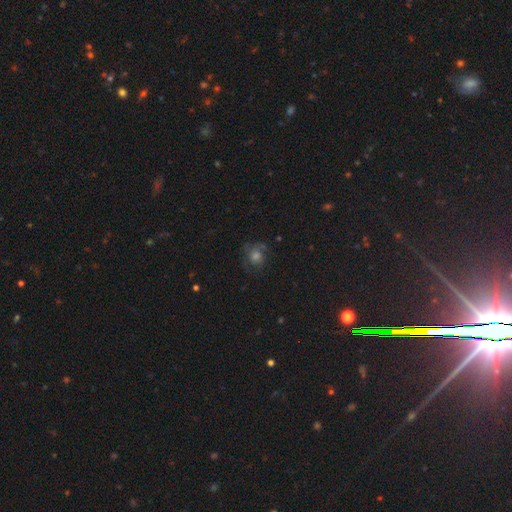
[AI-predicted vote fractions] Overall: smooth (40%; featured or disk 33%). Merging: none (65%).